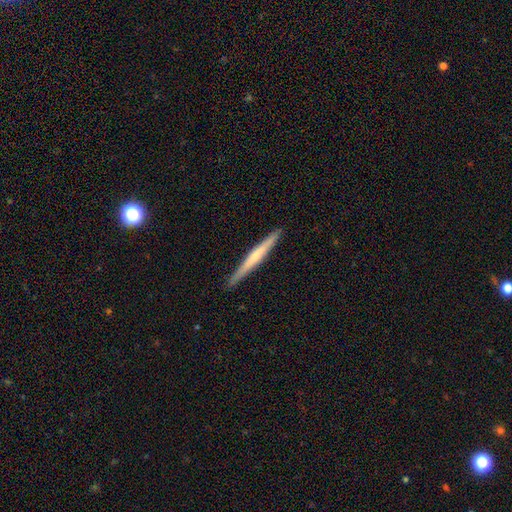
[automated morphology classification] Smooth or featured? Predicted: featured or disk (p=0.55). Edge-on disk? Predicted: yes (p=0.98). Edge-on bulge? Predicted: none (p=0.52). Merging? Predicted: none (p=0.92).